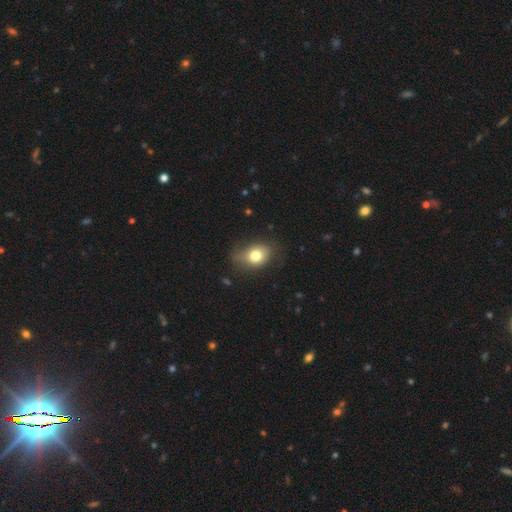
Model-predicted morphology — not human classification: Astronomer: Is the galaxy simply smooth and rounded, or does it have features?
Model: smooth — 75%.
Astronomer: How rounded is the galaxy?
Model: in between — 65%.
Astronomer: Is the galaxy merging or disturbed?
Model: none — 59%.